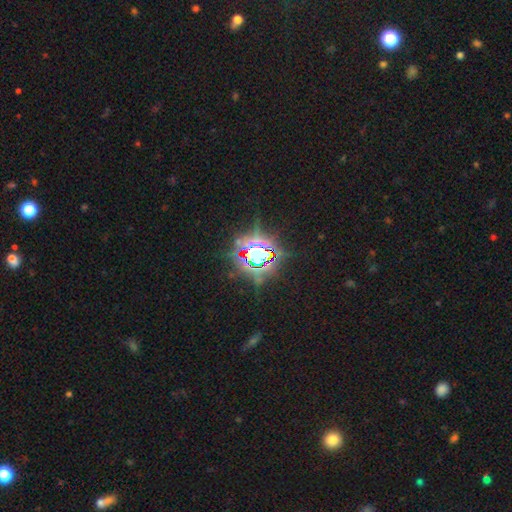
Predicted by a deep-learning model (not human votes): A star or artifact, not a galaxy (78%).